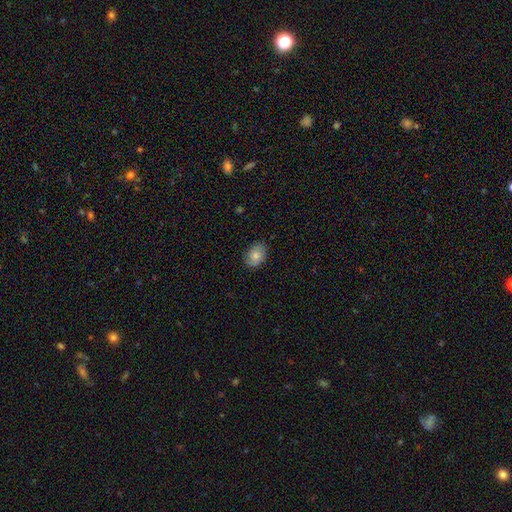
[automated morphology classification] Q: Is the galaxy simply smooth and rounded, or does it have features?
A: smooth — 74%.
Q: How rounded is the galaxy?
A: in between — 73%.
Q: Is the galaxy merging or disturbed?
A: none — 82%.